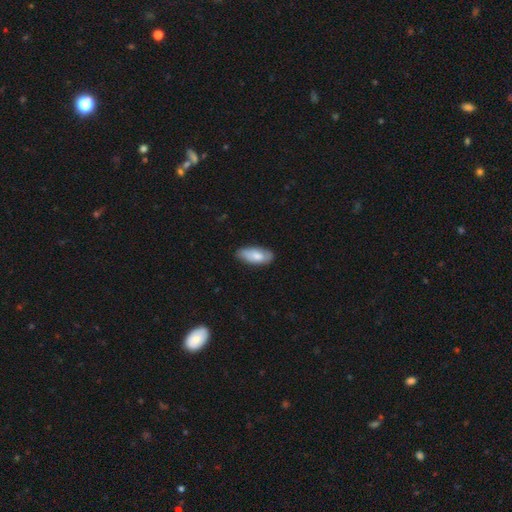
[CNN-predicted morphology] Smooth or featured? Predicted: smooth (p=0.77). How rounded? Predicted: in between (p=0.86). Merging? Predicted: none (p=0.77).